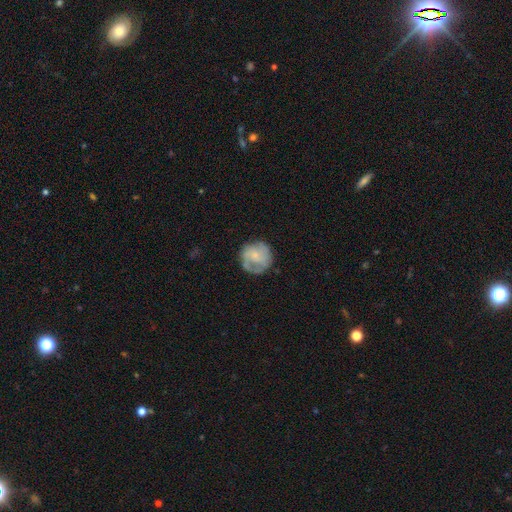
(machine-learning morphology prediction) smooth_or_featured: featured or disk (p=0.50) [alt: smooth p=0.43]
merging: none (p=0.67) [alt: minor disturbance p=0.20]